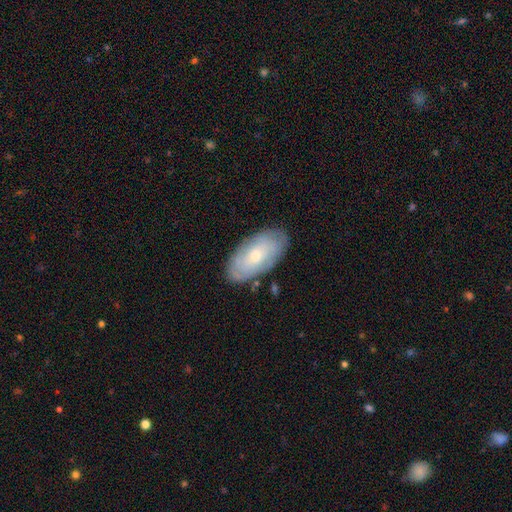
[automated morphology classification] Smooth or featured? Predicted: featured or disk (p=0.52). Edge-on disk? Predicted: no (p=0.91). Merging? Predicted: none (p=0.82).